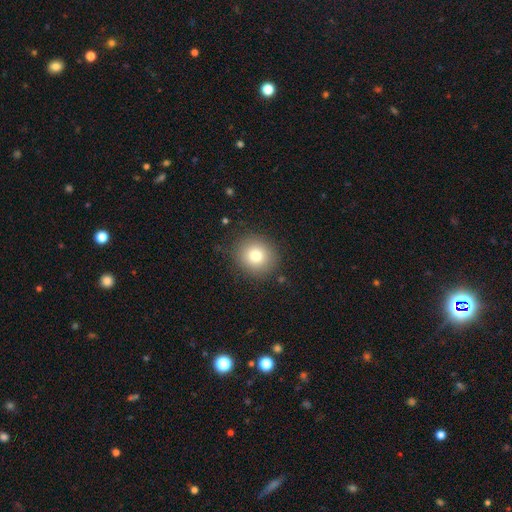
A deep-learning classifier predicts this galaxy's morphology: Overall: smooth (79%). How rounded: round (87%). Merging: none (87%).